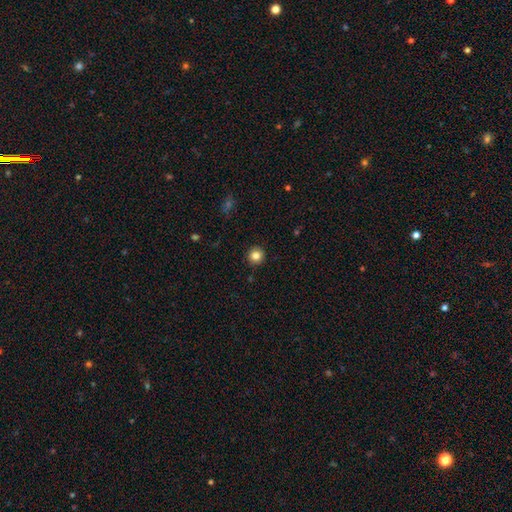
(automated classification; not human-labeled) smooth_or_featured: smooth (p=0.84) [alt: star or artifact p=0.11]
how_rounded: round (p=0.94) [alt: in between p=0.05]
merging: none (p=0.92) [alt: minor disturbance p=0.05]